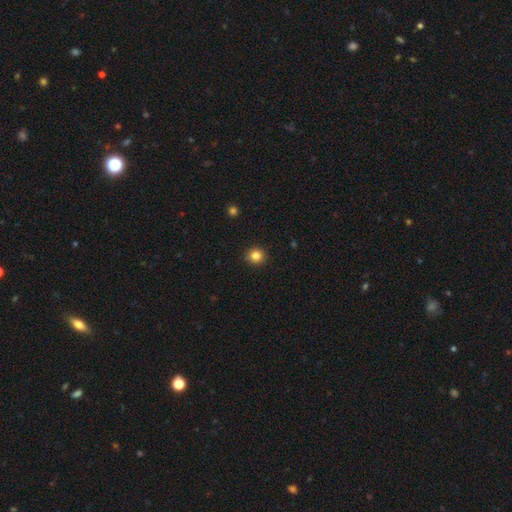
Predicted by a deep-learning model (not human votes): Smooth or featured? smooth (84%)
How rounded? round (92%)
Merging? none (92%)